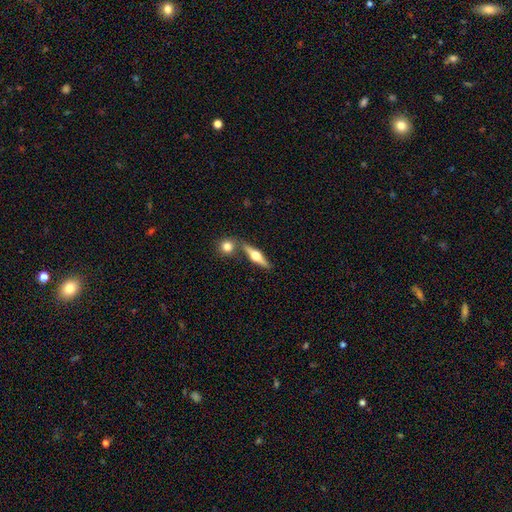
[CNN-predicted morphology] Overall: featured or disk (65%; smooth 29%). Edge-on disk: yes (95%). Edge-on bulge: rounded (95%). Merging: none (71%).